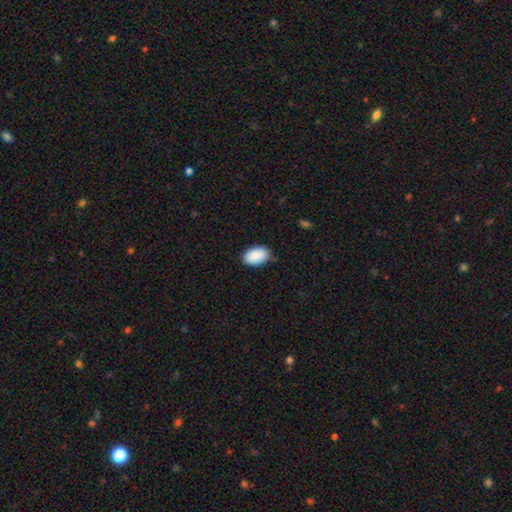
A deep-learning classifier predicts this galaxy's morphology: type=smooth (90%); roundness=in between (93%); merging=none (83%).